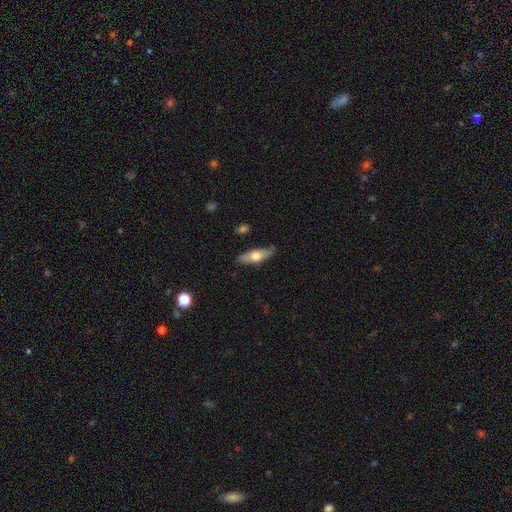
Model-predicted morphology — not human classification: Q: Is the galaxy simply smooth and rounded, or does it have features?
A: smooth — 56%.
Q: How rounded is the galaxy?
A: in between — 51%.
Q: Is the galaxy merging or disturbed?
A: none — 83%.